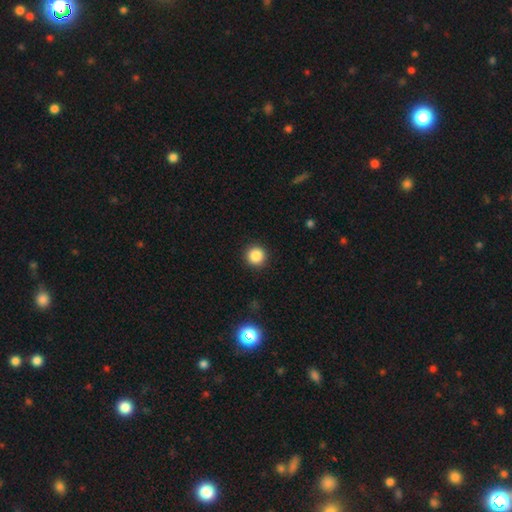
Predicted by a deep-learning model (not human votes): Morphology: type=smooth (86%); roundness=round (96%); merging=none (92%).